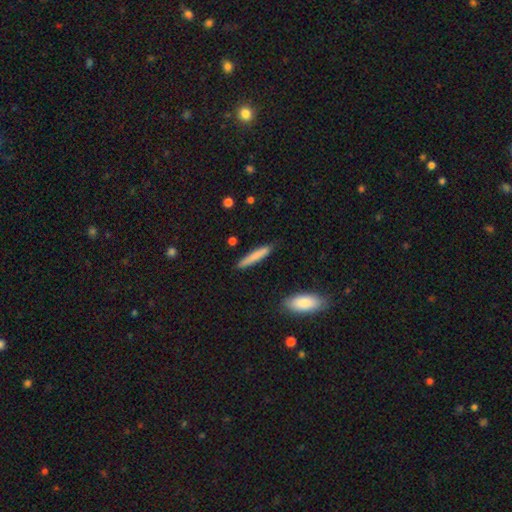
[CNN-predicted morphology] This is likely a smooth galaxy (80%). How rounded: clearly cigar-shaped (91%). Merging: clearly none (86%).